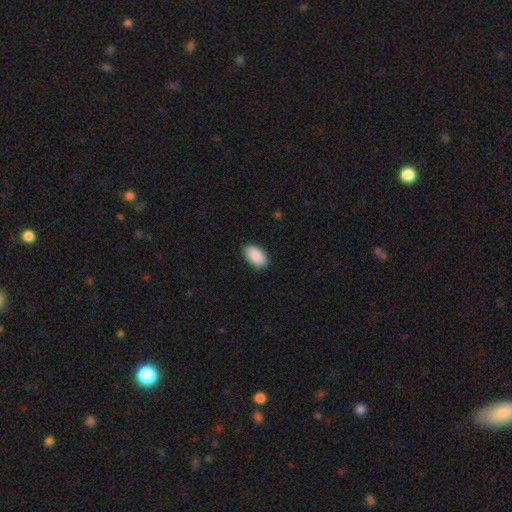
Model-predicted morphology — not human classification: A smooth galaxy with no disk features (91%) that is in between round and cigar-shaped (95%).

Vote fractions:
- Smooth or featured? smooth: 91% / star or artifact: 6% / featured or disk: 3%
- How rounded? in between: 95% / round: 3% / cigar-shaped: 2%
- Merging? none: 84% / minor disturbance: 13% / major disturbance: 2% / merger: 1%